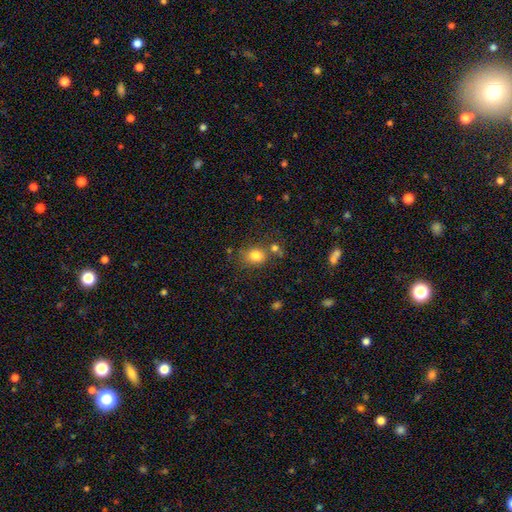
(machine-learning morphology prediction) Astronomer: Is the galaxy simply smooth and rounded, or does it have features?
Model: smooth — 80%.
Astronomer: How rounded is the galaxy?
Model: in between — 52% (runner-up: round, 47%).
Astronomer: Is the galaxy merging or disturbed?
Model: none — 63%.